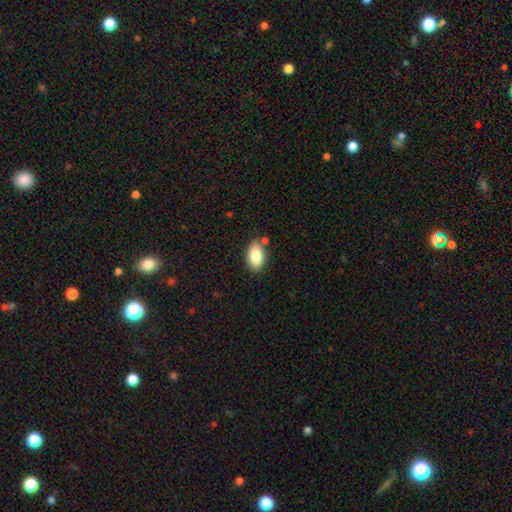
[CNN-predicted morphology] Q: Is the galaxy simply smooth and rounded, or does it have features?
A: smooth — 84%.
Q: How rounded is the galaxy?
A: in between — 92%.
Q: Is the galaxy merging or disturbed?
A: none — 79%.